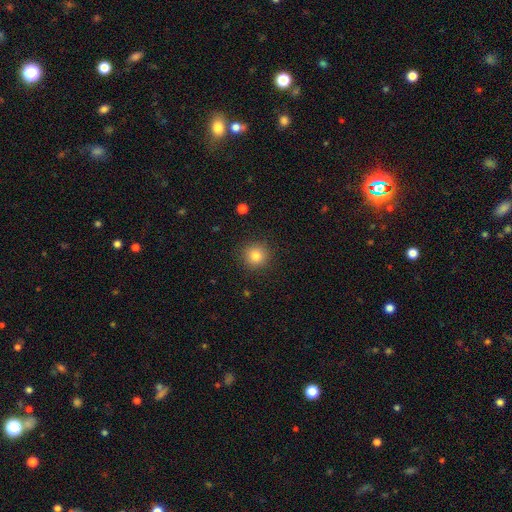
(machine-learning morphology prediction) This appears to be a smooth galaxy with no disk features (81%) that is round (94%). Merging: none (90%).